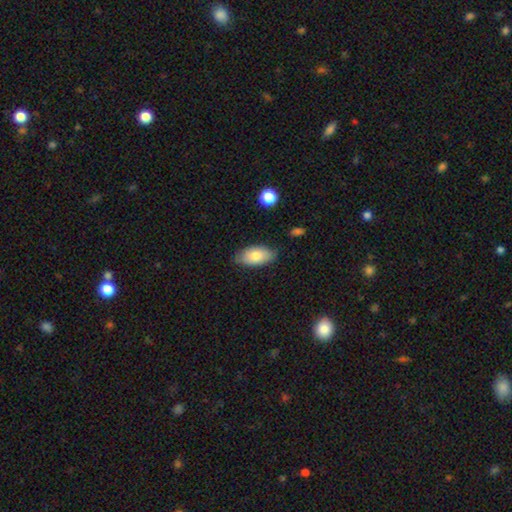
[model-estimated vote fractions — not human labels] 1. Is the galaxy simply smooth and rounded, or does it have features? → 77% smooth, 16% featured or disk, 7% star or artifact.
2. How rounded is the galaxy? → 92% in between, 4% round, 4% cigar-shaped.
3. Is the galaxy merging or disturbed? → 76% none, 19% minor disturbance, 3% major disturbance, 2% merger.